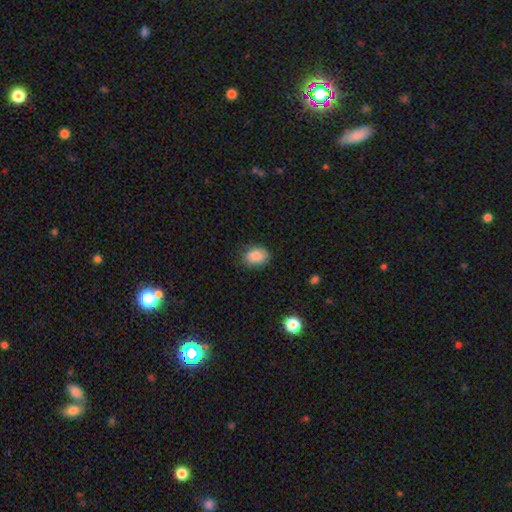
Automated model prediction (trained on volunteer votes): Overall: smooth (86%). How rounded: in between (71%). Merging: none (80%).